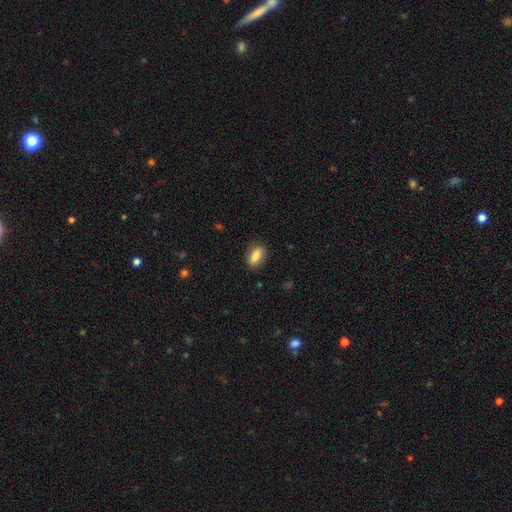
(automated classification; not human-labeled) This appears to be a smooth galaxy with no disk features (81%) that is in between round and cigar-shaped (81%). Merging: none (84%).